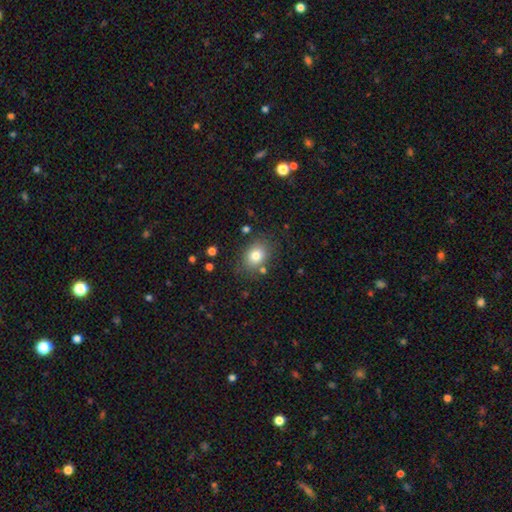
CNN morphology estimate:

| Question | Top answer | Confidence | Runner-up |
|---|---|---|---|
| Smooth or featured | smooth | 80% | star or artifact (11%) |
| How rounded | in between | 54% | round (45%) |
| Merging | none | 79% | minor disturbance (12%) |